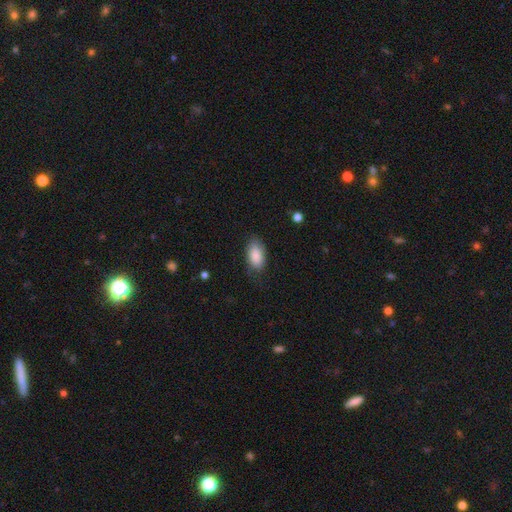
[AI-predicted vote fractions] Q: Smooth or featured?
A: smooth (86%); runner-up: featured or disk (8%)
Q: How rounded?
A: in between (93%); runner-up: round (4%)
Q: Merging?
A: none (70%); runner-up: minor disturbance (22%)